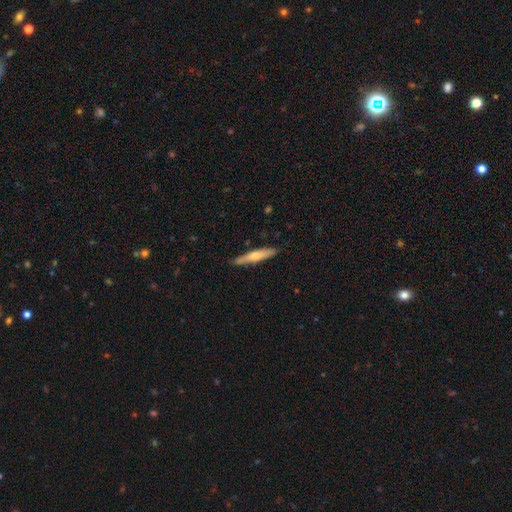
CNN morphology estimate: Smooth or featured? smooth (59%)
How rounded? cigar-shaped (89%)
Merging? none (83%)